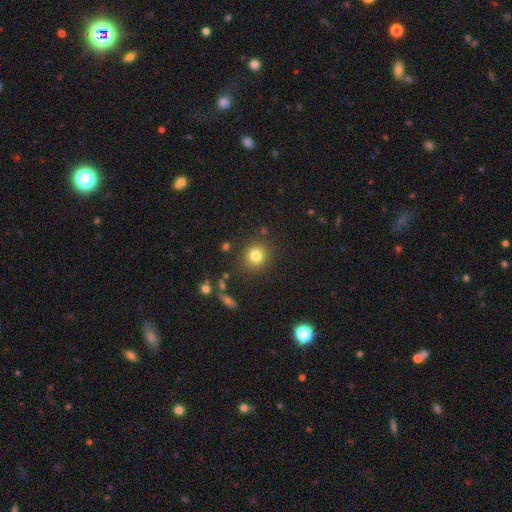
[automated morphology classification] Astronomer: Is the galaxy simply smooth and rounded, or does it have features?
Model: smooth — 81%.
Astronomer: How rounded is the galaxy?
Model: round — 90%.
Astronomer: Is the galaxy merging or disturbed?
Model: none — 87%.